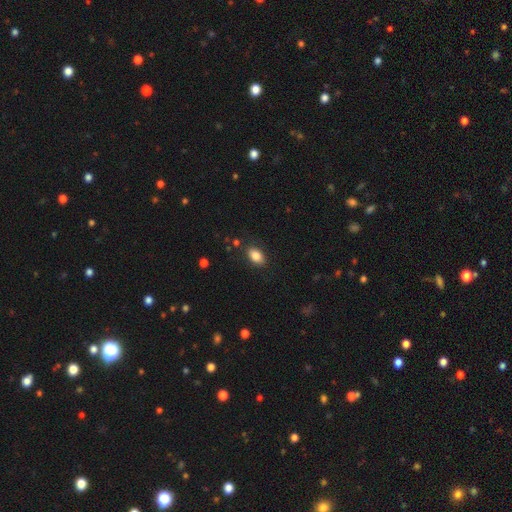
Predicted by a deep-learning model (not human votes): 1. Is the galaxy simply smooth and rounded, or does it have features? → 85% smooth, 9% star or artifact, 6% featured or disk.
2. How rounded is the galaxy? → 89% in between, 10% round, 2% cigar-shaped.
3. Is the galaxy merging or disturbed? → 85% none, 10% minor disturbance, 3% major disturbance, 2% merger.